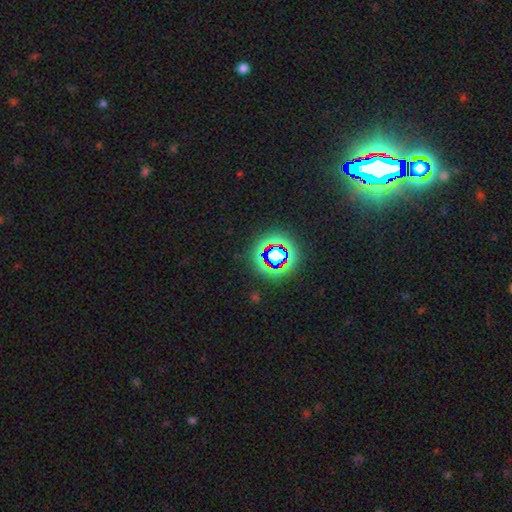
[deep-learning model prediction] Smooth or featured?
  - star or artifact: 76% *
  - smooth: 13%
  - featured or disk: 11%